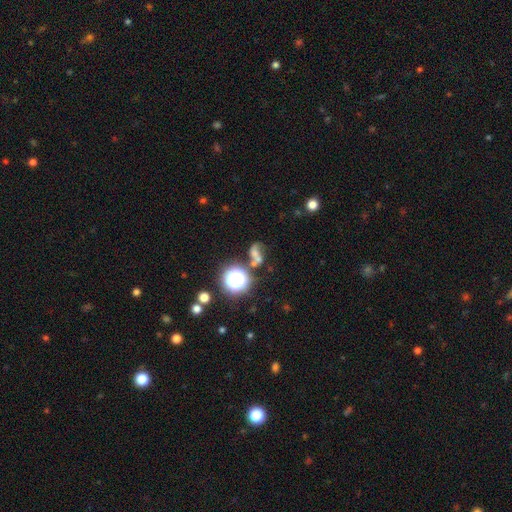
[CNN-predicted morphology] This appears to be a smooth galaxy with no disk features (44%). Merging: none (39%).